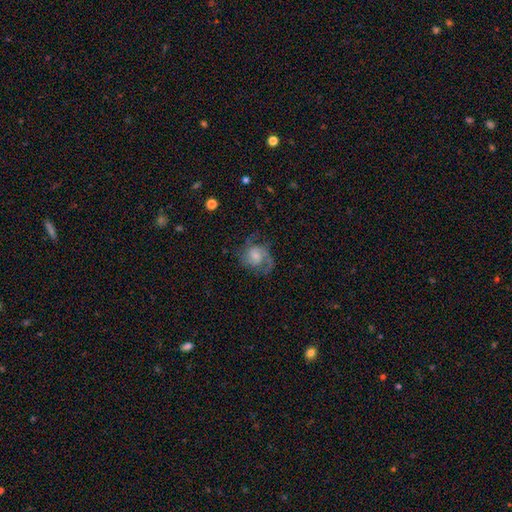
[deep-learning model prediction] Smooth or featured? Predicted: featured or disk (p=0.70). Edge-on disk? Predicted: no (p=0.98). Bar? Predicted: no (p=0.65). Spiral arms? Predicted: yes (p=0.92). Spiral winding? Predicted: medium (p=0.48). Spiral arm count? Predicted: 2 (p=0.55). Bulge size? Predicted: small (p=0.34). Merging? Predicted: none (p=0.58).